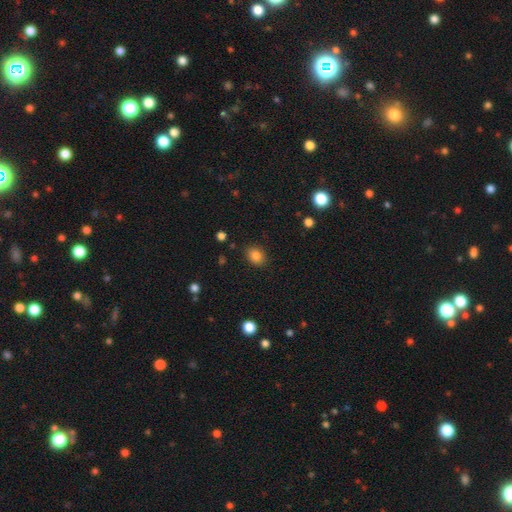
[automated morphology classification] Smooth or featured? smooth (85%)
How rounded? in between (53%)
Merging? none (87%)